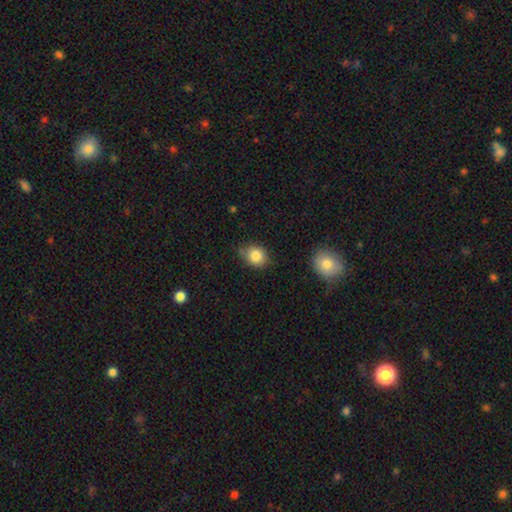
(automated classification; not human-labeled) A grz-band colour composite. It shows a smooth galaxy with no disk features (84%) that is round (56%). Merging: none (70%).